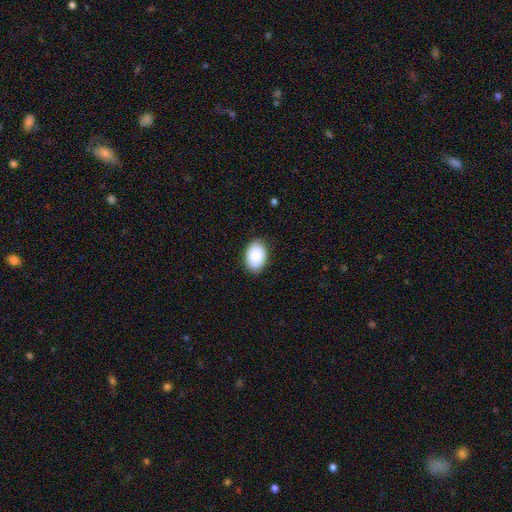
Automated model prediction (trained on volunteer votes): A smooth galaxy with no disk features (88%) that is in between round and cigar-shaped (88%).

Vote fractions:
- Smooth or featured? smooth: 88% / star or artifact: 6% / featured or disk: 6%
- How rounded? in between: 88% / round: 11% / cigar-shaped: 1%
- Merging? none: 86% / minor disturbance: 11% / major disturbance: 2% / merger: 1%